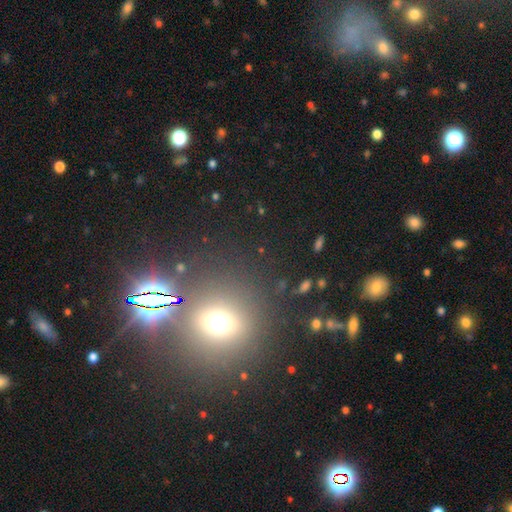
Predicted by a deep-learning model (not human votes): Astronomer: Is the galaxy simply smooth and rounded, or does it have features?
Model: star or artifact — 51% (runner-up: smooth, 38%).